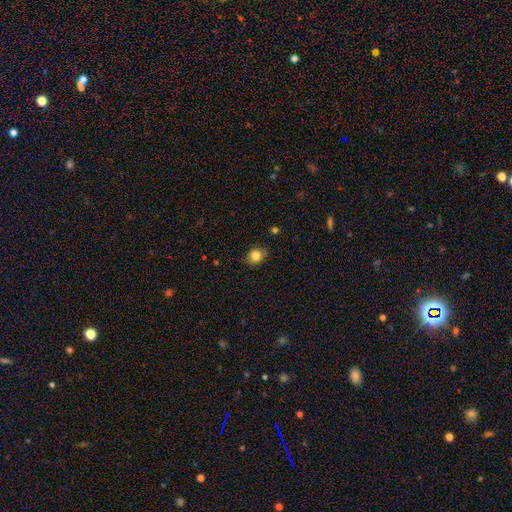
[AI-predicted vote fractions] Smooth or featured? smooth (83%)
How rounded? round (65%)
Merging? none (84%)